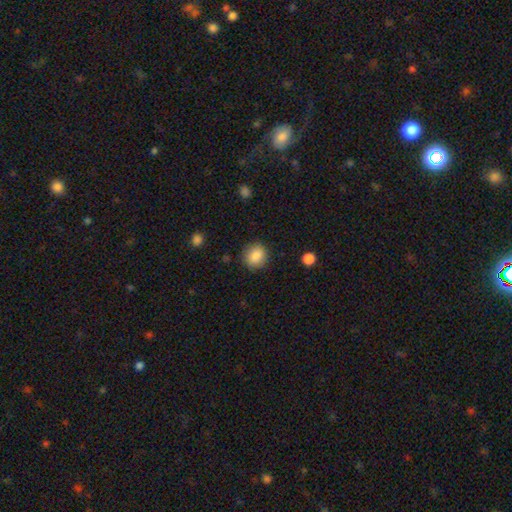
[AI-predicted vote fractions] This appears to be a smooth galaxy with no disk features (87%) that is round (84%). Merging: none (87%).